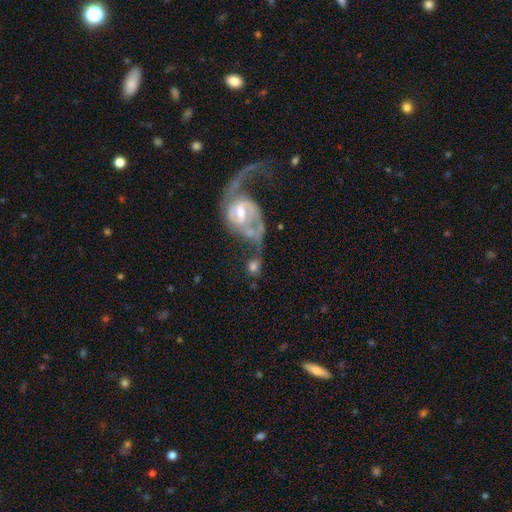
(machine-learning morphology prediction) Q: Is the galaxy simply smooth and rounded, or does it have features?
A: featured or disk — 79%.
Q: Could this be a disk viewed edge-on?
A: no — 97%.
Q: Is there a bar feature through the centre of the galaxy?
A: no — 67%.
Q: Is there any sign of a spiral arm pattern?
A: yes — 85%.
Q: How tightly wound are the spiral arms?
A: loose — 51%.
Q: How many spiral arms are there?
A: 1 — 48%.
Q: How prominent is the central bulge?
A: moderate — 56%.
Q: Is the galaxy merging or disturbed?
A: major disturbance — 39%.